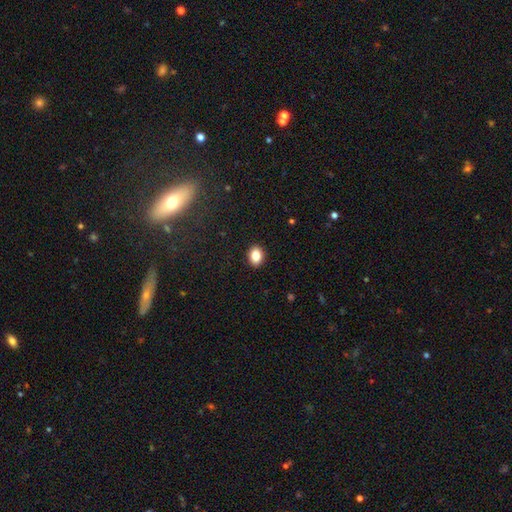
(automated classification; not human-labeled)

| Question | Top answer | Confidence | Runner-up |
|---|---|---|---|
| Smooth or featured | smooth | 84% | star or artifact (9%) |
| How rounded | in between | 67% | round (32%) |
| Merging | none | 91% | minor disturbance (7%) |